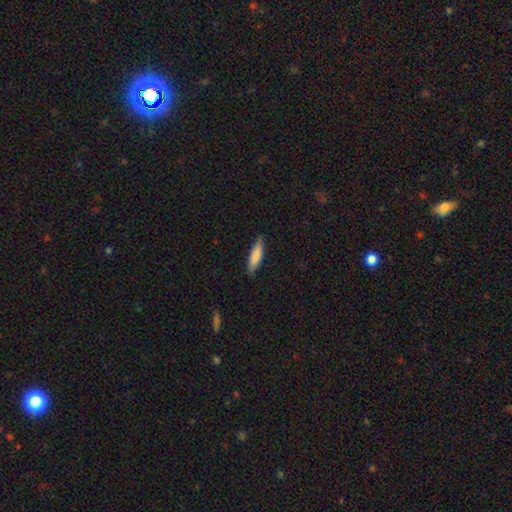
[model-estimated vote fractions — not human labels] smooth_or_featured: smooth (p=0.83) [alt: featured or disk p=0.12]
how_rounded: cigar-shaped (p=0.68) [alt: in between p=0.31]
merging: none (p=0.85) [alt: minor disturbance p=0.12]